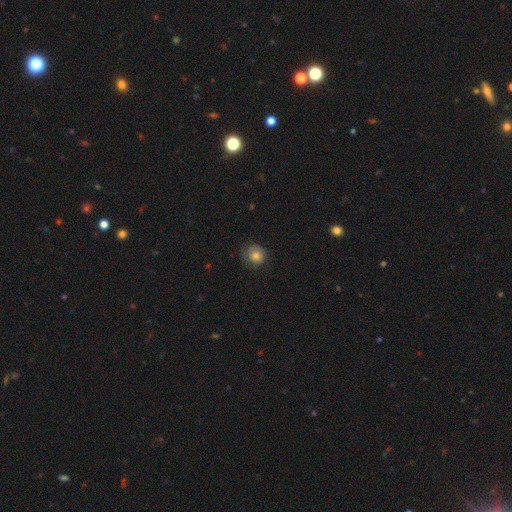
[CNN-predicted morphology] A smooth galaxy with no disk features (74%) that is round (84%).

Vote fractions:
- Smooth or featured? smooth: 74% / featured or disk: 17% / star or artifact: 9%
- How rounded? round: 84% / in between: 15% / cigar-shaped: 1%
- Merging? none: 64% / minor disturbance: 25% / major disturbance: 9% / merger: 1%